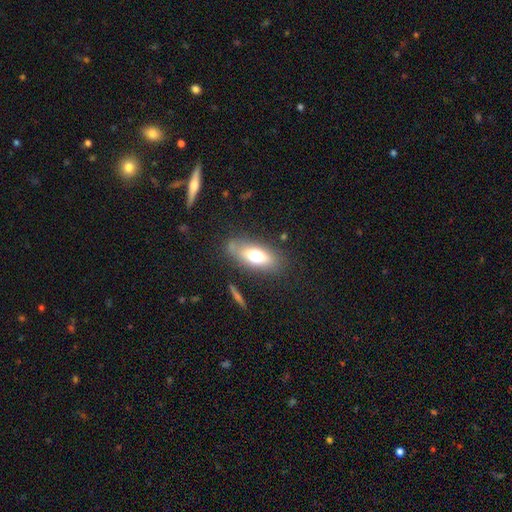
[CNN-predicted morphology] Smooth or featured: smooth — 68% (featured or disk — 24%)
How rounded: in between — 77% (cigar-shaped — 19%)
Merging: none — 76% (minor disturbance — 16%)